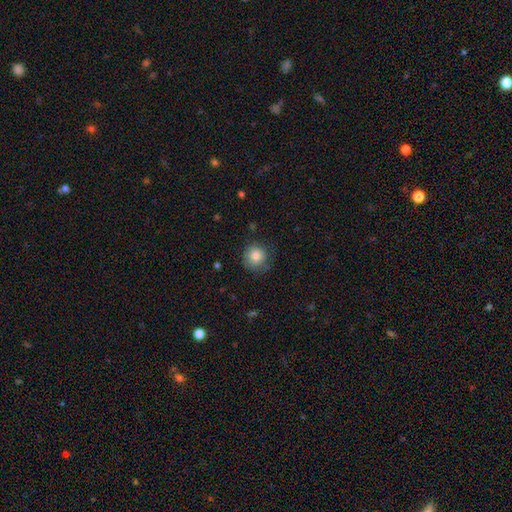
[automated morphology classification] Smooth or featured? Predicted: smooth (p=0.83). How rounded? Predicted: round (p=0.92). Merging? Predicted: none (p=0.70).